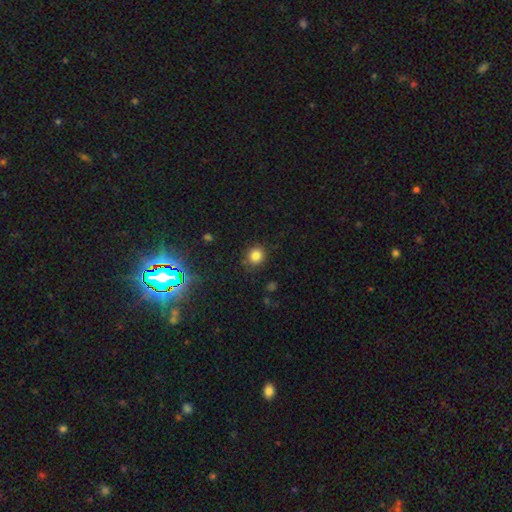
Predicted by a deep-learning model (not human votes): Morphology: type=smooth (81%); roundness=round (86%); merging=none (82%).